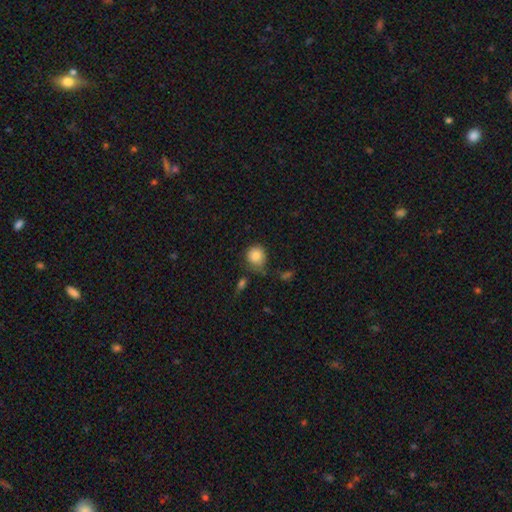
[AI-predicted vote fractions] Smooth or featured?
  - smooth: 85% *
  - star or artifact: 9%
  - featured or disk: 6%
How rounded?
  - round: 82% *
  - in between: 17%
  - cigar-shaped: 1%
Merging?
  - none: 64% *
  - minor disturbance: 24%
  - major disturbance: 7%
  - merger: 5%